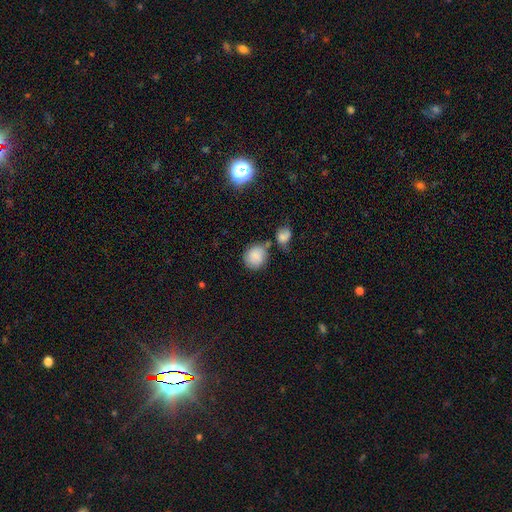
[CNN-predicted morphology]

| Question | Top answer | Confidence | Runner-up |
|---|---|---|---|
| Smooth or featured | smooth | 84% | star or artifact (8%) |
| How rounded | round | 79% | in between (20%) |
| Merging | none | 58% | minor disturbance (18%) |